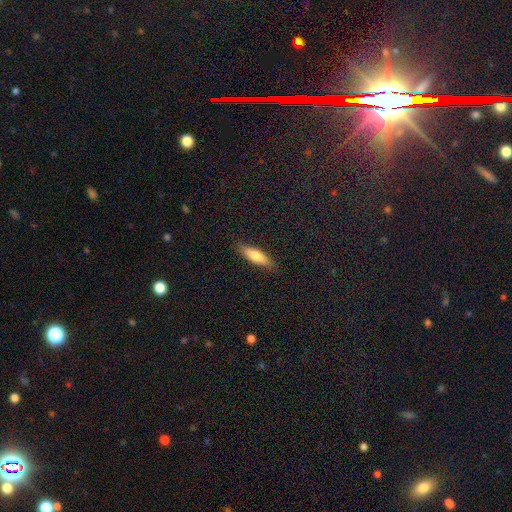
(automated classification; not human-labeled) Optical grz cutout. It shows a smooth galaxy with no disk features (78%) that is cigar-shaped (55%). Merging: none (86%).